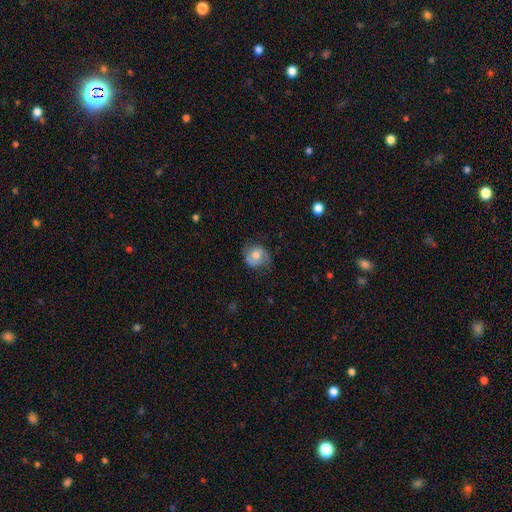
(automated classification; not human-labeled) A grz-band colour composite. It shows a smooth galaxy with no disk features (54%) that is round (73%). Merging: none (62%).